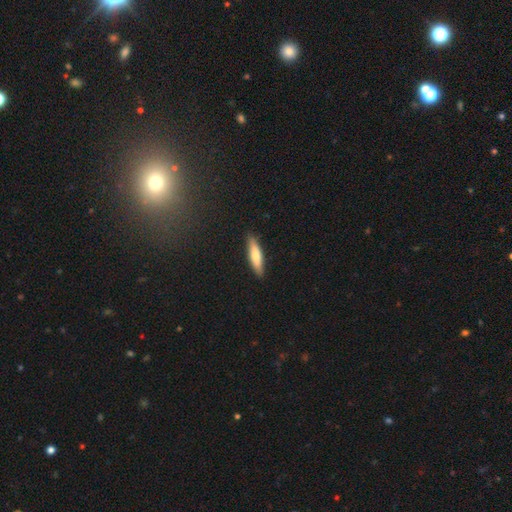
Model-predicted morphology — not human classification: This is likely a smooth galaxy (71%). How rounded: likely cigar-shaped (76%). Merging: clearly none (88%).